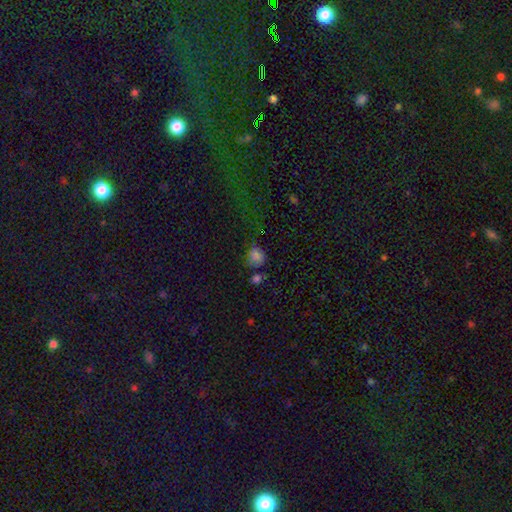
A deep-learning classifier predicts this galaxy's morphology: Q: Smooth or featured?
A: smooth (75%); runner-up: star or artifact (18%)
Q: How rounded?
A: round (65%); runner-up: in between (34%)
Q: Merging?
A: none (57%); runner-up: minor disturbance (24%)